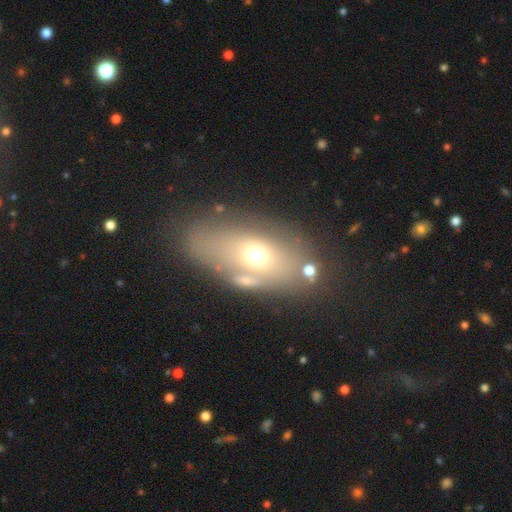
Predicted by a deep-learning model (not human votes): This appears to be a smooth galaxy with no disk features (54%) that is in between round and cigar-shaped (83%). Merging: none (62%).